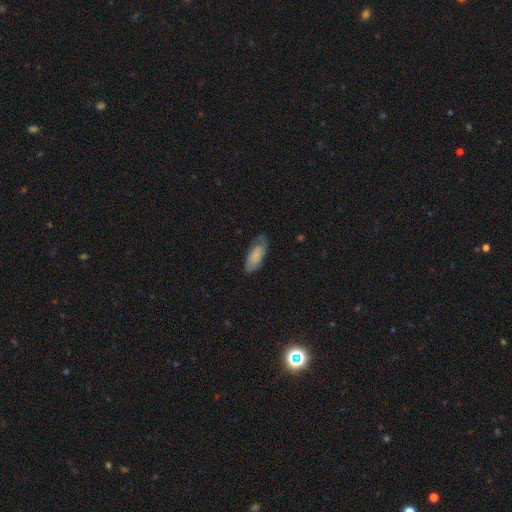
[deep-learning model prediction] Smooth or featured?
  - smooth: 73% *
  - featured or disk: 21%
  - star or artifact: 7%
How rounded?
  - in between: 83% *
  - cigar-shaped: 15%
  - round: 2%
Merging?
  - none: 66% *
  - minor disturbance: 26%
  - major disturbance: 6%
  - merger: 1%